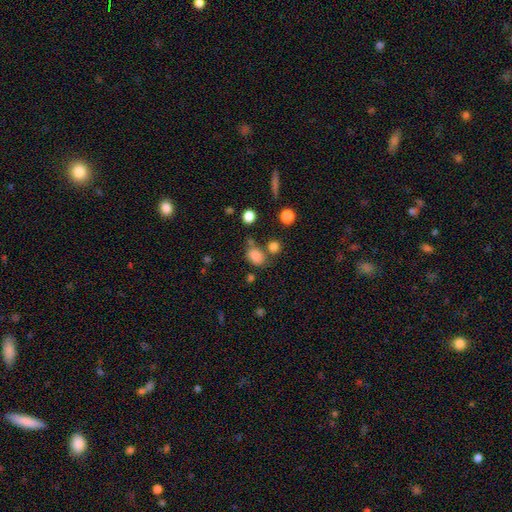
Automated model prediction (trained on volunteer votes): The model was most divided on "how rounded": in between: 62%, round: 37%, cigar-shaped: 1%. More confident: smooth or featured — smooth (79%); merging — none (57%).